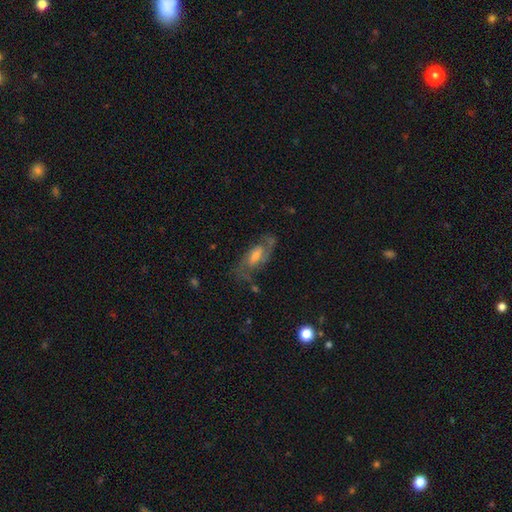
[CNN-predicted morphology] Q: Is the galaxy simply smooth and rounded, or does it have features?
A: featured or disk — 81%.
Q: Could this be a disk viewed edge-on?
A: no — 93%.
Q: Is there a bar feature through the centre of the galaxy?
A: weak — 49%.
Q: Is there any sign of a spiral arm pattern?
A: yes — 94%.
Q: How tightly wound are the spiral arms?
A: medium — 52%.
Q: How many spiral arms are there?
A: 2 — 83%.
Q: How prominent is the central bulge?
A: moderate — 52%.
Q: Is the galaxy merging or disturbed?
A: none — 73%.